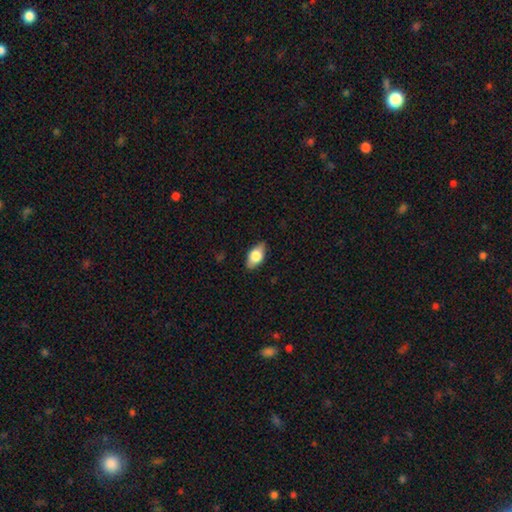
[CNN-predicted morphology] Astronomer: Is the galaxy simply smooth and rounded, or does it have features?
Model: smooth — 74%.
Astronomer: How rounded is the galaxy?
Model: in between — 89%.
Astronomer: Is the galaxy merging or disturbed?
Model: none — 84%.